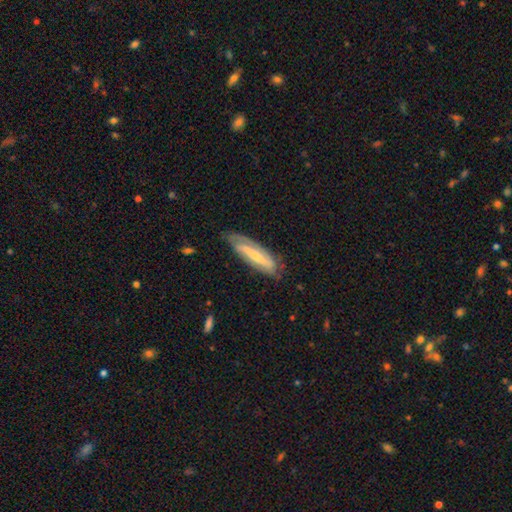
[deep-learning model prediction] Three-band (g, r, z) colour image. It shows a featured or disk galaxy (70%). Merging: none (72%).